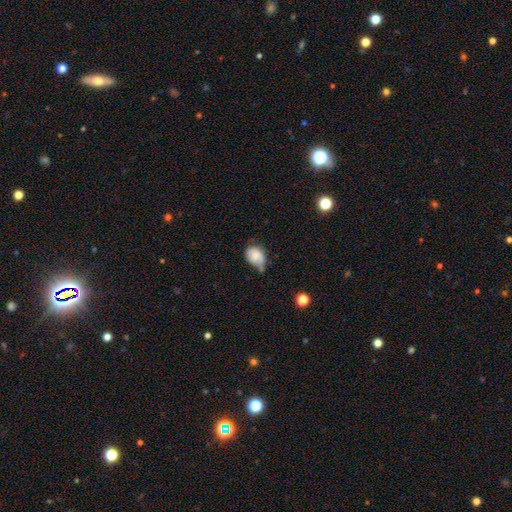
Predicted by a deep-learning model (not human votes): Overall: smooth (69%). How rounded: in between (62%; round 37%). Merging: minor disturbance (44%; none 30%).